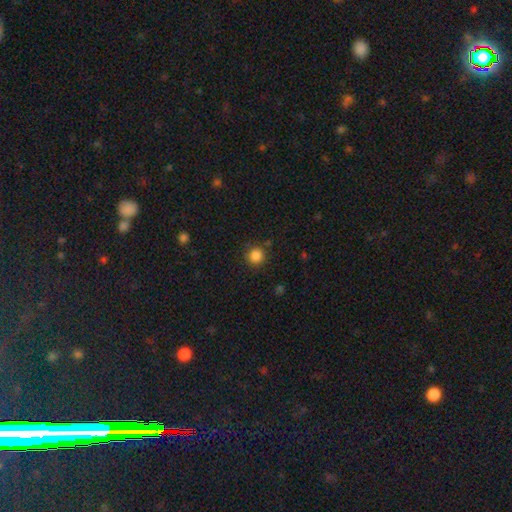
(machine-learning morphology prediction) Smooth or featured?
  - smooth: 85% *
  - star or artifact: 11%
  - featured or disk: 4%
How rounded?
  - round: 94% *
  - in between: 5%
  - cigar-shaped: 1%
Merging?
  - none: 87% *
  - minor disturbance: 8%
  - major disturbance: 3%
  - merger: 2%